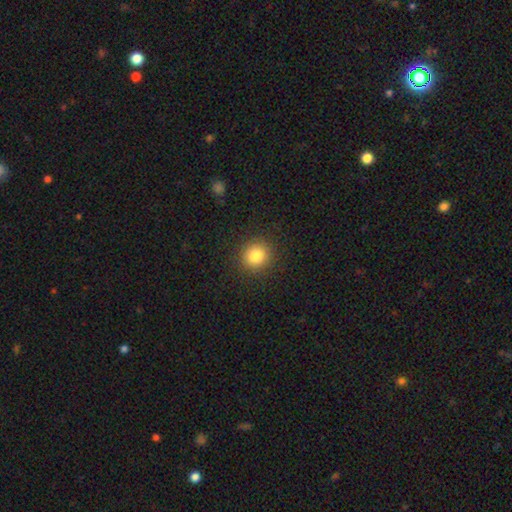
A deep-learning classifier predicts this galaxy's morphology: The model was most divided on "smooth or featured": smooth: 82%, star or artifact: 11%, featured or disk: 6%. More confident: merging — none (90%); how rounded — round (90%).